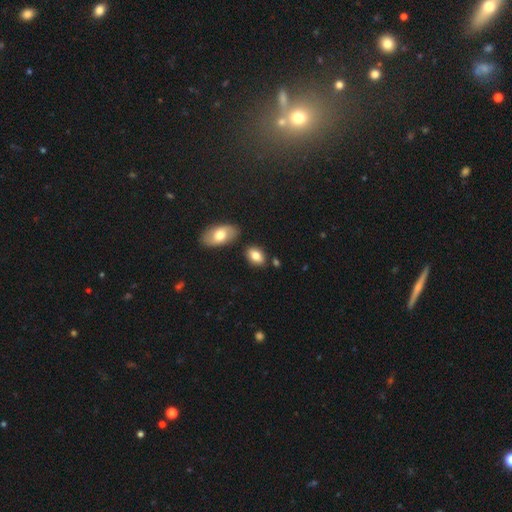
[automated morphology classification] Q: Smooth or featured?
A: smooth (81%); runner-up: featured or disk (11%)
Q: How rounded?
A: in between (89%); runner-up: round (9%)
Q: Merging?
A: none (79%); runner-up: minor disturbance (12%)